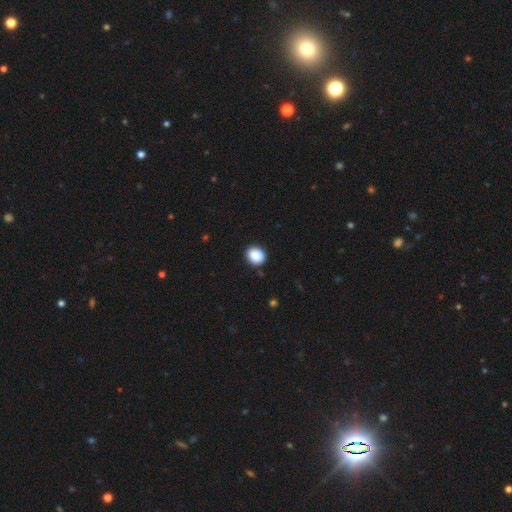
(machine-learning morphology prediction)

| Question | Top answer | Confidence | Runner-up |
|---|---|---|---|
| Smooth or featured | smooth | 89% | star or artifact (8%) |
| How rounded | round | 60% | in between (39%) |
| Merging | none | 88% | minor disturbance (9%) |